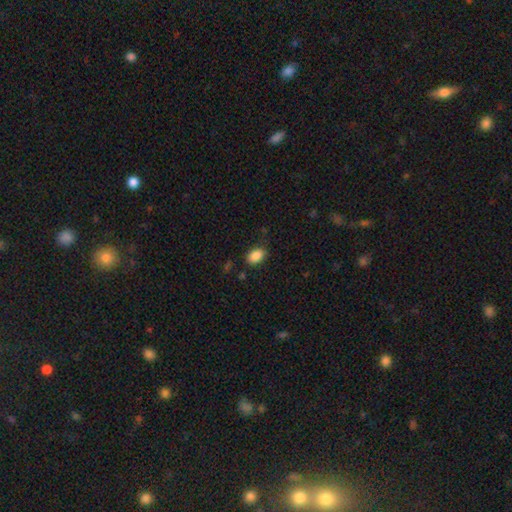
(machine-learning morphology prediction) Smooth or featured?
  - smooth: 88% *
  - star or artifact: 8%
  - featured or disk: 4%
How rounded?
  - in between: 85% *
  - round: 14%
  - cigar-shaped: 1%
Merging?
  - none: 83% *
  - minor disturbance: 12%
  - major disturbance: 3%
  - merger: 2%